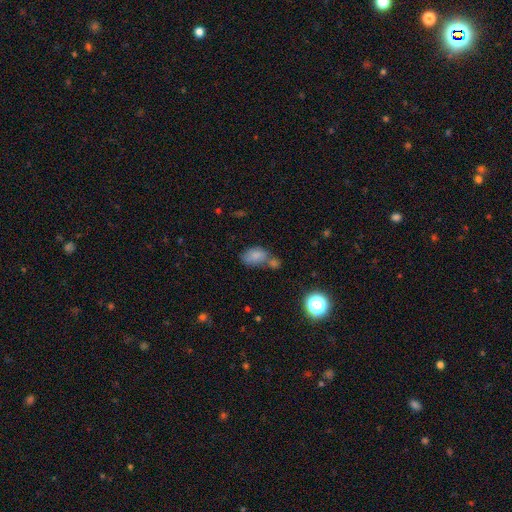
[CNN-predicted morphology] A smooth galaxy with no disk features (78%) that is in between round and cigar-shaped (87%). Merging: none (38%, tied with merger).